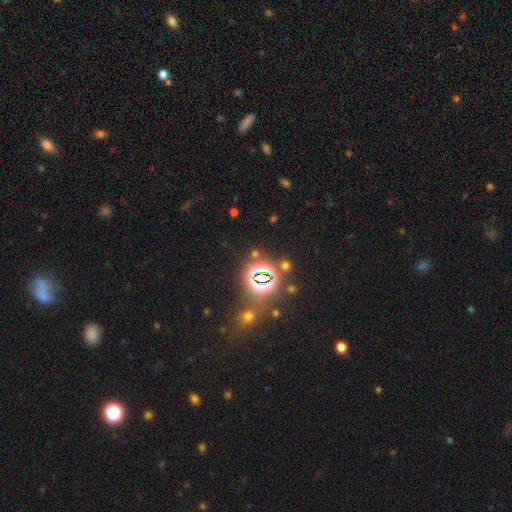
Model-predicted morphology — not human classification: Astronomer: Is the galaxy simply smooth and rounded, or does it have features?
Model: star or artifact — 77%.